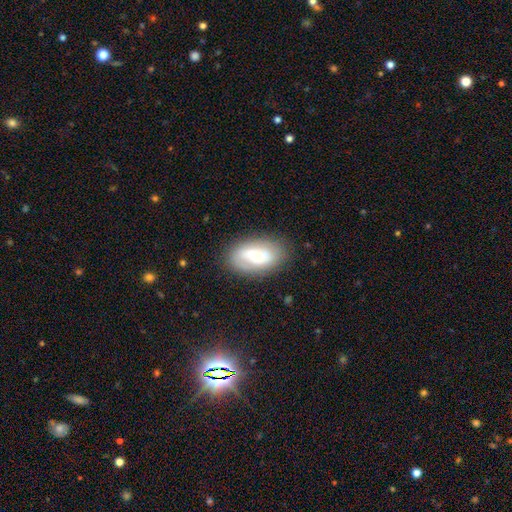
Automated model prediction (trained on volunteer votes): Morphology: type=smooth (49%); merging=none (79%).